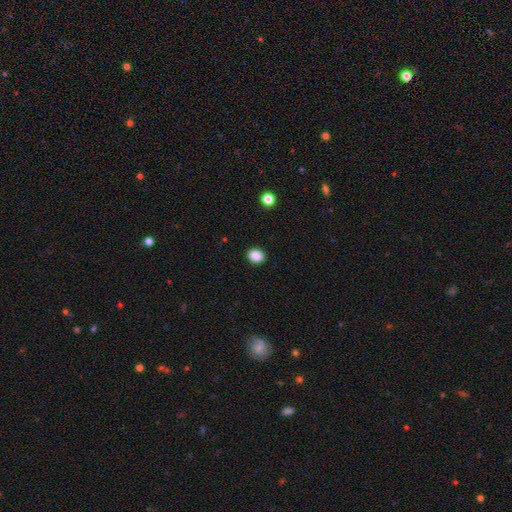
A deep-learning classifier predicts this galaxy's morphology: The model was most divided on "how rounded": in between: 54%, round: 45%, cigar-shaped: 1%. More confident: merging — none (90%); smooth or featured — smooth (88%).